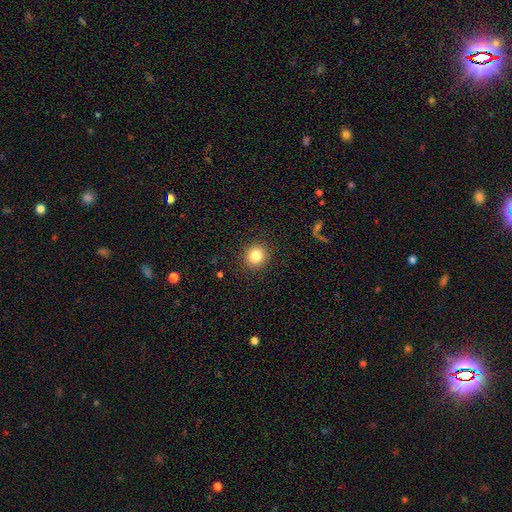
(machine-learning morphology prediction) Smooth or featured?
  - smooth: 83% *
  - star or artifact: 11%
  - featured or disk: 6%
How rounded?
  - round: 90% *
  - in between: 9%
  - cigar-shaped: 1%
Merging?
  - none: 91% *
  - minor disturbance: 6%
  - major disturbance: 2%
  - merger: 1%